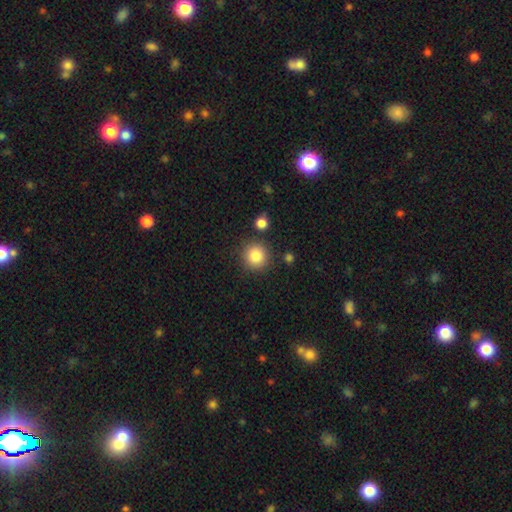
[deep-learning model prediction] smooth-or-featured: smooth: 85% | star or artifact: 10% | featured or disk: 5%
  how-rounded: round: 93% | in between: 6% | cigar-shaped: 1%
  merging: none: 86% | minor disturbance: 7% | merger: 4% | major disturbance: 3%